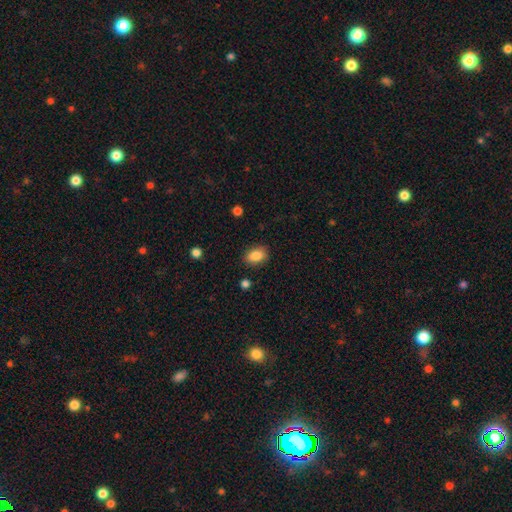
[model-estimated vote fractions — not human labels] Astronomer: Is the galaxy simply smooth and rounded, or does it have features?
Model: smooth — 86%.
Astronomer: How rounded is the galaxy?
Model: in between — 81%.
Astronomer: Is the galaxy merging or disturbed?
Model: none — 84%.